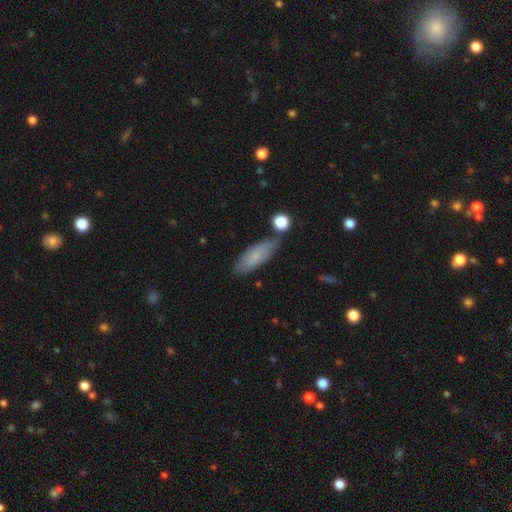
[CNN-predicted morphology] Smooth or featured? smooth (74%)
How rounded? in between (61%)
Merging? none (74%)